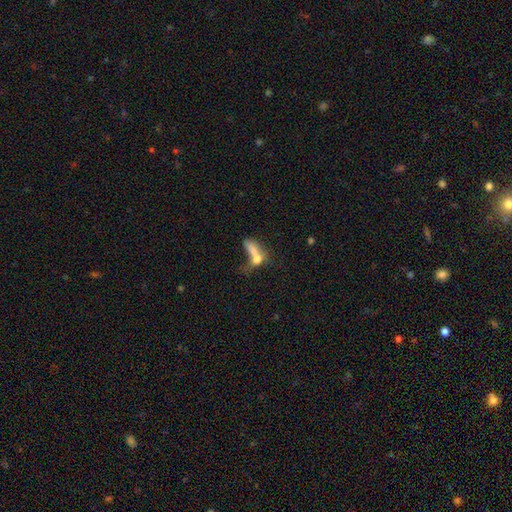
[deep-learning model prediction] Overall: smooth (65%; featured or disk 25%). How rounded: in between (63%). Merging: merger (59%).